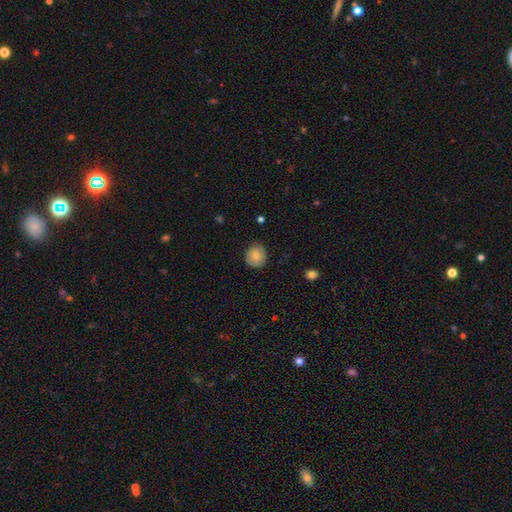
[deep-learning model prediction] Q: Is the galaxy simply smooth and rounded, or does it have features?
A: smooth — 81%.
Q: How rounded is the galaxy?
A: round — 82%.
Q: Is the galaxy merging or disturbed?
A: none — 84%.